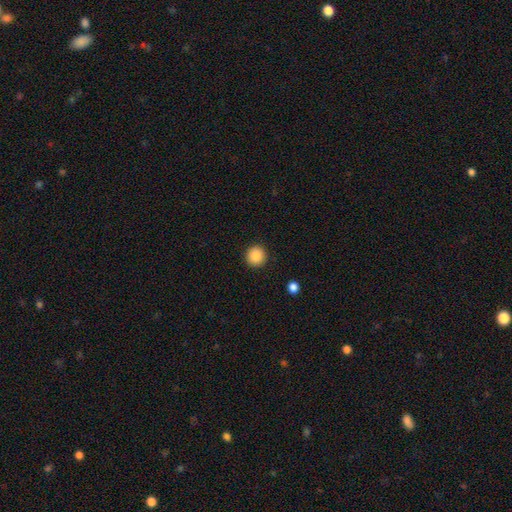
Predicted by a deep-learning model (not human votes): Smooth or featured?
  - smooth: 88% *
  - star or artifact: 9%
  - featured or disk: 3%
How rounded?
  - round: 94% *
  - in between: 5%
  - cigar-shaped: 1%
Merging?
  - none: 92% *
  - minor disturbance: 5%
  - major disturbance: 2%
  - merger: 1%